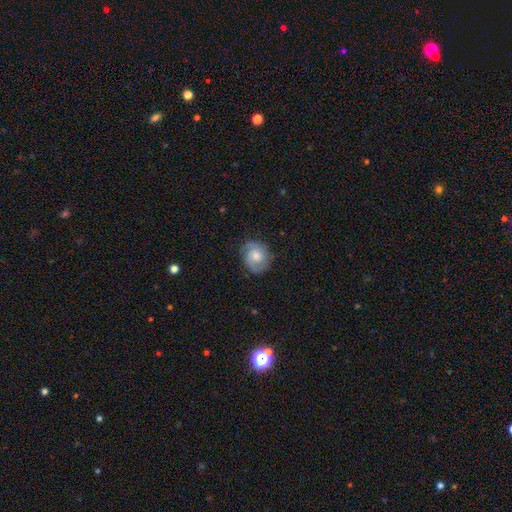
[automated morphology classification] smooth_or_featured: featured or disk (p=0.59) [alt: smooth p=0.33]
disk_edge_on: no (p=0.97) [alt: yes p=0.03]
bar: no (p=0.73) [alt: weak p=0.24]
has_spiral_arms: yes (p=0.90) [alt: no p=0.10]
spiral_winding: tight (p=0.47) [alt: medium p=0.39]
spiral_arm_count: 2 (p=0.70) [alt: can't tell p=0.14]
bulge_size: moderate (p=0.59) [alt: small p=0.27]
merging: none (p=0.75) [alt: minor disturbance p=0.18]